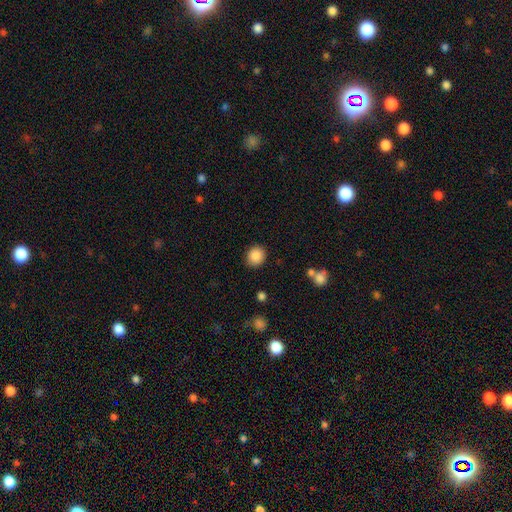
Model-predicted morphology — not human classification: smooth_or_featured: smooth (p=0.88) [alt: star or artifact p=0.09]
how_rounded: round (p=0.79) [alt: in between p=0.20]
merging: none (p=0.88) [alt: minor disturbance p=0.08]